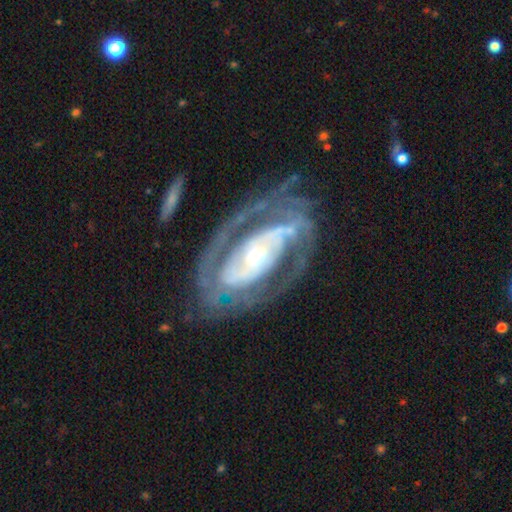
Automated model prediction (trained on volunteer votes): Smooth or featured?
  - featured or disk: 87% *
  - smooth: 8%
  - star or artifact: 5%
Edge-on disk?
  - no: 94% *
  - yes: 6%
Bar?
  - no: 52% *
  - strong: 26%
  - weak: 22%
Spiral arms?
  - yes: 86% *
  - no: 14%
Spiral winding?
  - tight: 55% *
  - medium: 33%
  - loose: 12%
Spiral arm count?
  - 2: 56% *
  - can't tell: 22%
  - 3: 10%
  - 1: 5%
  - 4: 4%
  - more than 4: 3%
Bulge size?
  - small: 49% *
  - moderate: 43%
  - large: 5%
  - dominant: 1%
  - none: 1%
Merging?
  - none: 65% *
  - minor disturbance: 17%
  - major disturbance: 15%
  - merger: 2%